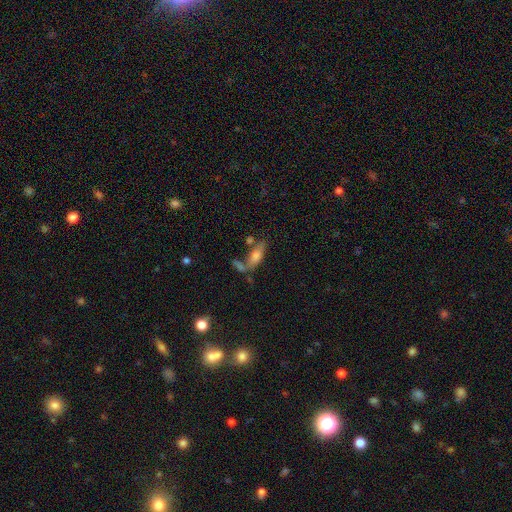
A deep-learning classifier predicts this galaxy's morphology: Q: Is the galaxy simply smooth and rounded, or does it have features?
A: smooth — 62%.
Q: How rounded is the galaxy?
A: in between — 56%.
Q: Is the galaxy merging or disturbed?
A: none — 50%.